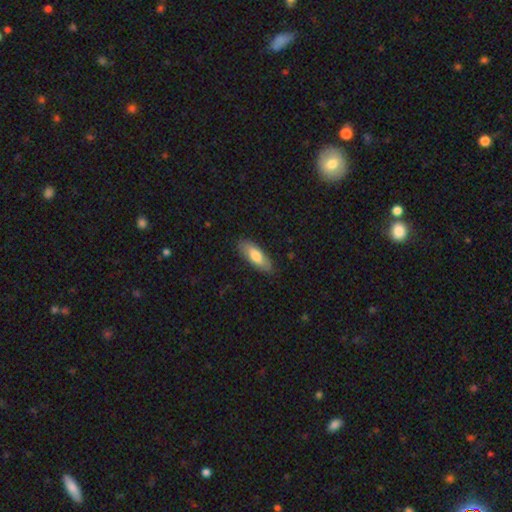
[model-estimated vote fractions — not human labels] Smooth or featured? smooth (75%)
How rounded? in between (72%)
Merging? none (84%)